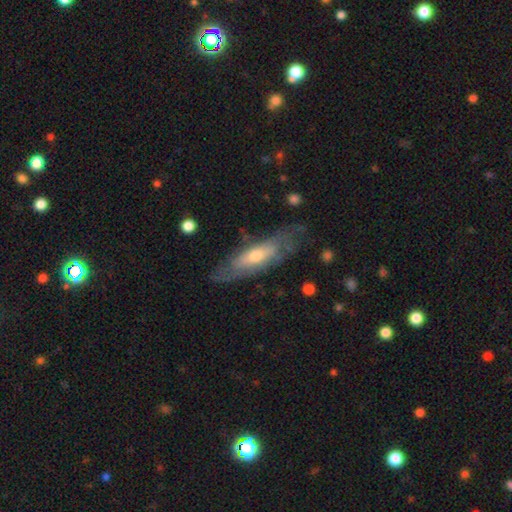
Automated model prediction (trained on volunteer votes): smooth-or-featured: featured or disk: 63% | smooth: 31% | star or artifact: 5%
  disk-edge-on: no: 66% | yes: 34%
  merging: none: 64% | minor disturbance: 22% | major disturbance: 12% | merger: 2%